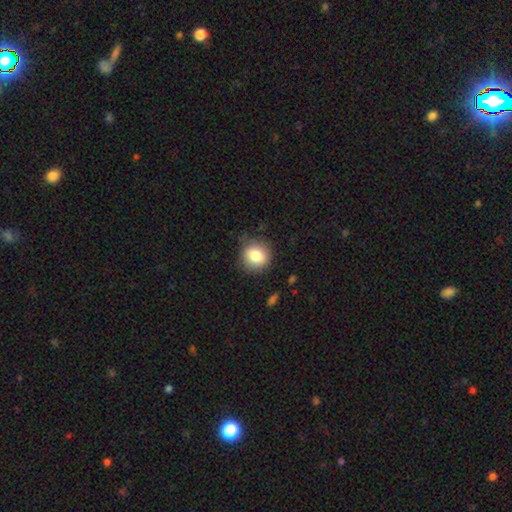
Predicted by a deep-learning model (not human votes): The model was most divided on "merging": none: 81%, minor disturbance: 15%, major disturbance: 4%, merger: 1%. More confident: how rounded — round (85%); smooth or featured — smooth (82%).